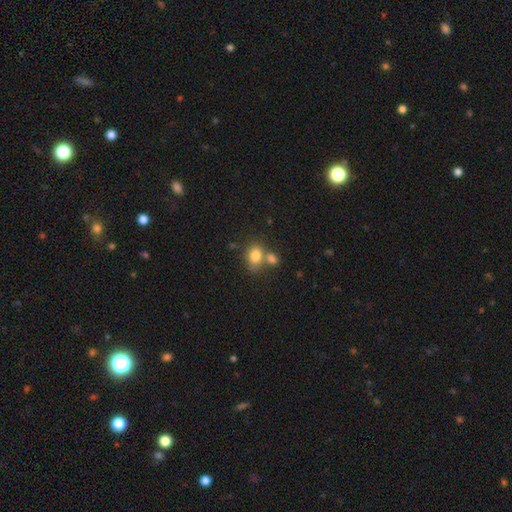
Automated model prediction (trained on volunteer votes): Smooth or featured? smooth (80%)
How rounded? in between (62%)
Merging? none (45%)